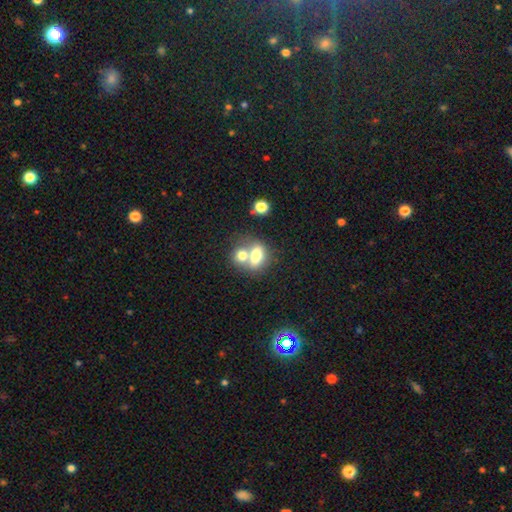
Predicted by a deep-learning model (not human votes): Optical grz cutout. It shows a smooth galaxy with no disk features (70%) that is in between round and cigar-shaped (63%). Merging: merger (61%).